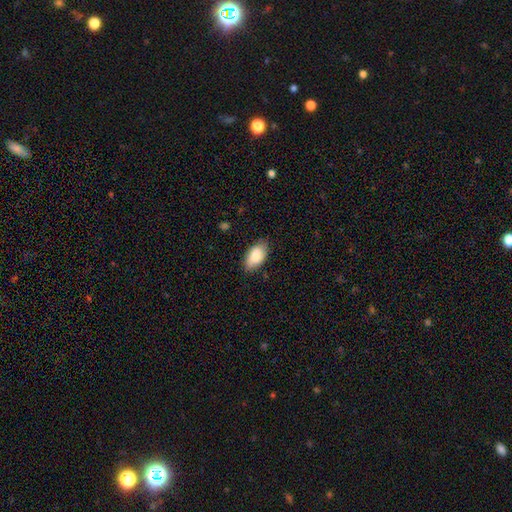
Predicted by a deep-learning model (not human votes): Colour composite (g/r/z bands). It shows a smooth galaxy with no disk features (84%) that is in between round and cigar-shaped (94%). Merging: none (78%).